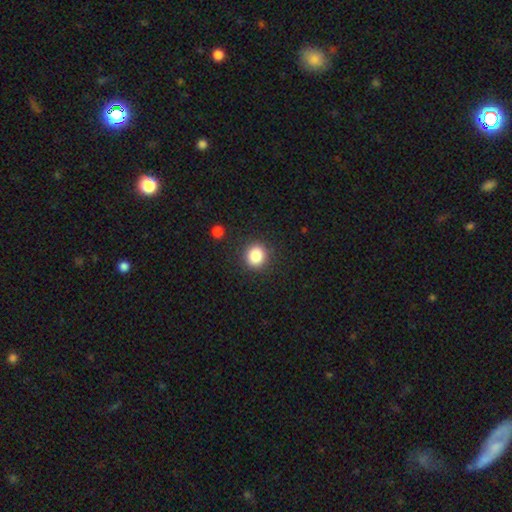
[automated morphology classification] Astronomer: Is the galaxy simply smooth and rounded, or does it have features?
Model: smooth — 85%.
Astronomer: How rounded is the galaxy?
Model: round — 87%.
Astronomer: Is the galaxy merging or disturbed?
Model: none — 89%.